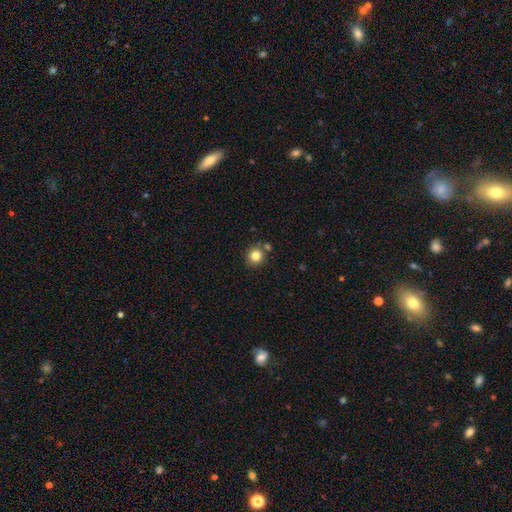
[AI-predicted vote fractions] Overall: smooth (82%). How rounded: round (88%). Merging: none (78%).